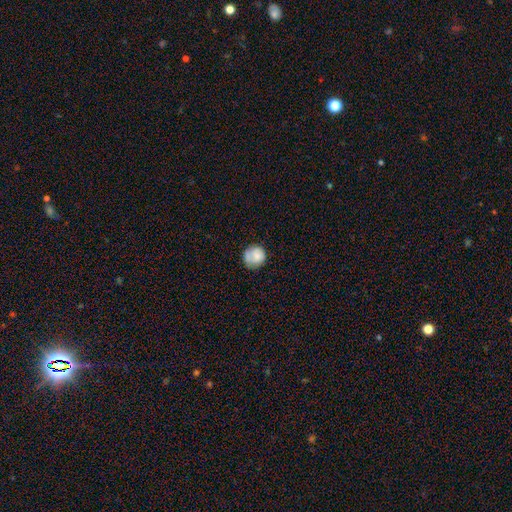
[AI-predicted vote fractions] A smooth galaxy with no disk features (76%) that is round (87%). Merging: none (66%).